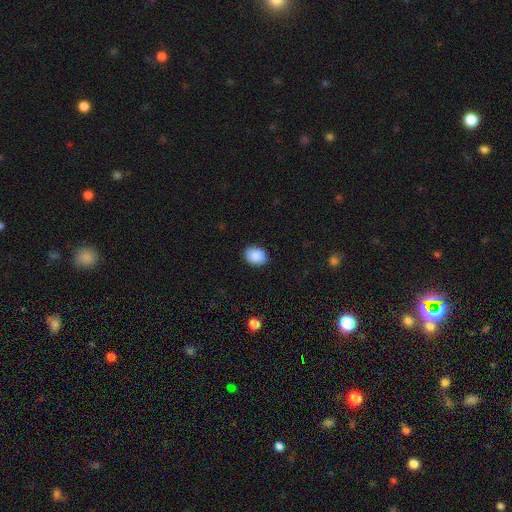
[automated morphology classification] Smooth or featured? Predicted: smooth (p=0.89). How rounded? Predicted: in between (p=0.57). Merging? Predicted: none (p=0.87).